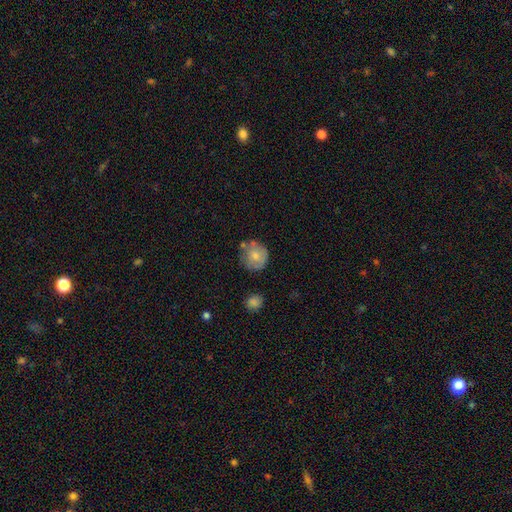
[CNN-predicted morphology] This is likely a smooth galaxy (69%). How rounded: clearly round (88%). Merging: likely none (61%).